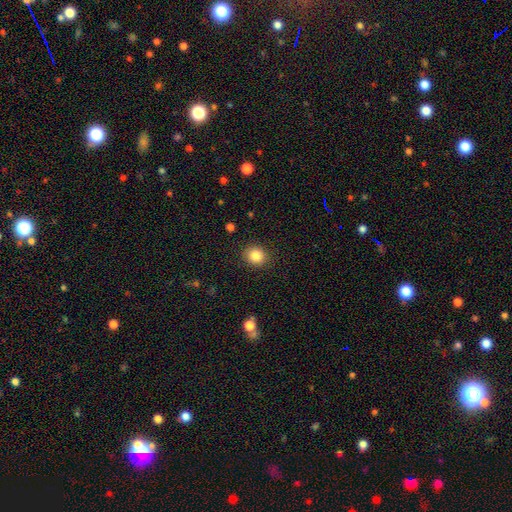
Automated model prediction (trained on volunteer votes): This appears to be a smooth galaxy with no disk features (85%) that is round (78%). Merging: none (89%).